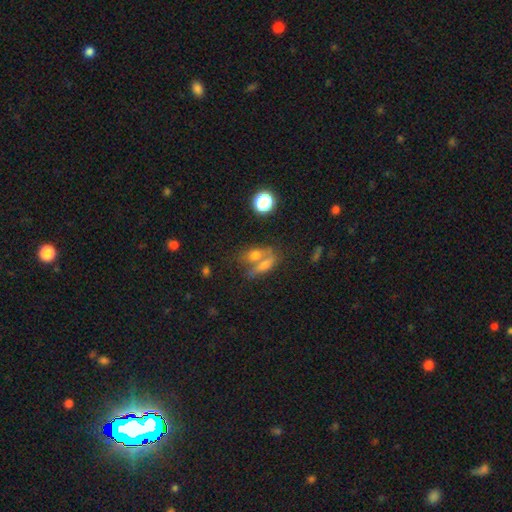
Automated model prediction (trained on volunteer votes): smooth-or-featured: smooth: 61% | featured or disk: 23% | star or artifact: 16%
  how-rounded: in between: 60% | round: 24% | cigar-shaped: 16%
  merging: merger: 48% | none: 36% | minor disturbance: 9% | major disturbance: 7%